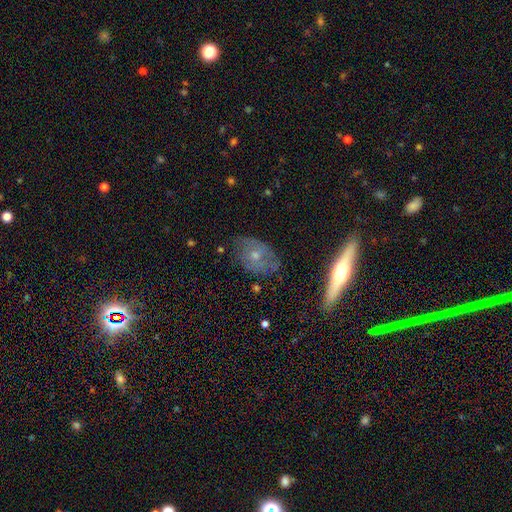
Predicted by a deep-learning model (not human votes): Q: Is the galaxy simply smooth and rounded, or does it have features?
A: featured or disk — 52%.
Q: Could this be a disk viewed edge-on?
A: no — 86%.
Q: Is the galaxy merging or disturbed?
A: none — 63%.